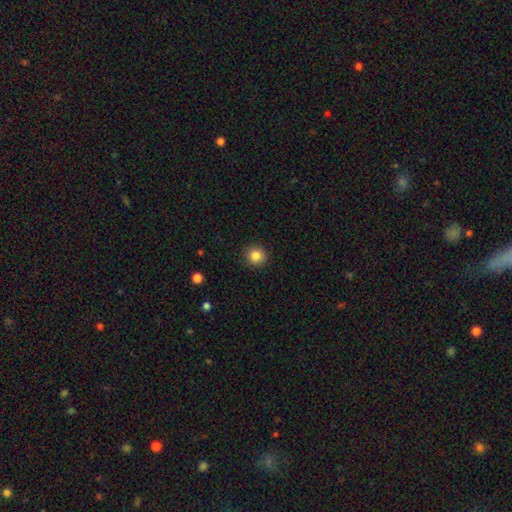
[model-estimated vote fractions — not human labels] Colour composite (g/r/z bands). It shows a smooth galaxy with no disk features (85%) that is round (93%). Merging: none (91%).